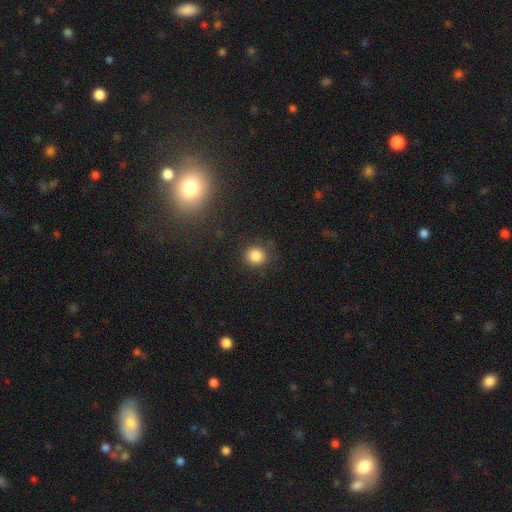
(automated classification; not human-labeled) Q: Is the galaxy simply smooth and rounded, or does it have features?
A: smooth — 84%.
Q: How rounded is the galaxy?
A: round — 88%.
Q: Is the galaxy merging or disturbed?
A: none — 82%.